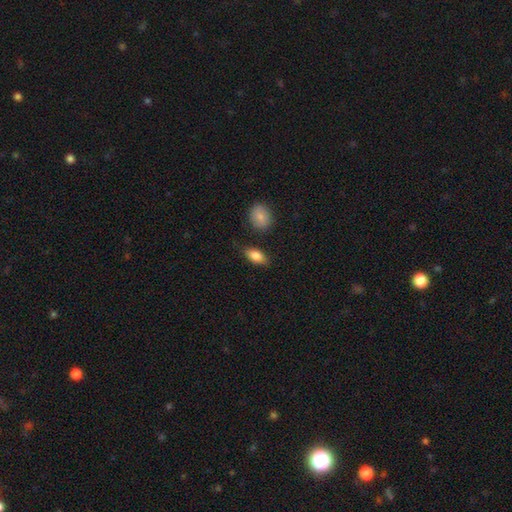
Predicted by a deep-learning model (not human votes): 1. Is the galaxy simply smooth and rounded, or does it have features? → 84% smooth, 9% featured or disk, 7% star or artifact.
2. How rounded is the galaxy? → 88% in between, 7% cigar-shaped, 5% round.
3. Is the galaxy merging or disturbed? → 80% none, 13% minor disturbance, 3% merger, 3% major disturbance.